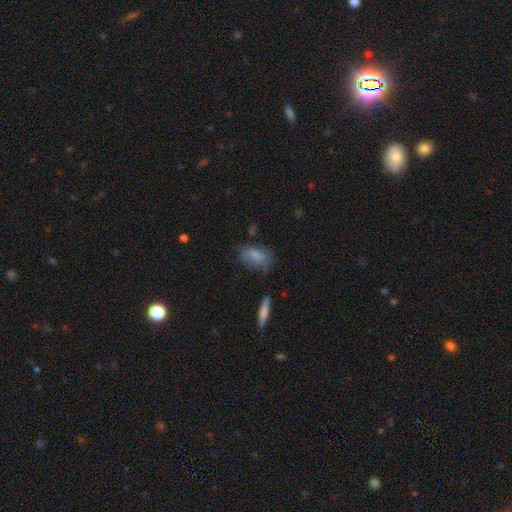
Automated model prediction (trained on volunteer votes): Smooth or featured?
  - smooth: 69% *
  - featured or disk: 22%
  - star or artifact: 9%
How rounded?
  - in between: 84% *
  - round: 12%
  - cigar-shaped: 4%
Merging?
  - none: 55% *
  - minor disturbance: 28%
  - major disturbance: 13%
  - merger: 3%